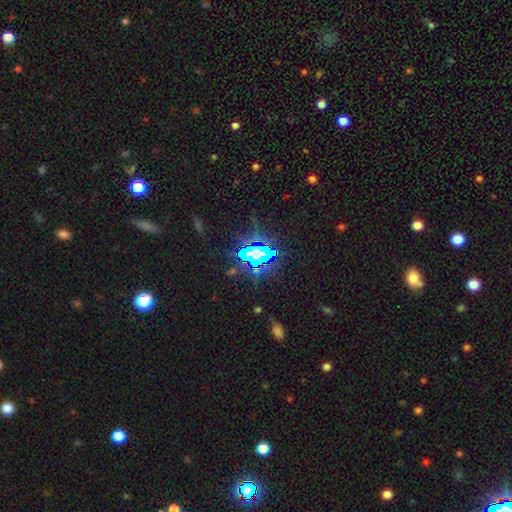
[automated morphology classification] Overall: star or artifact (70%).